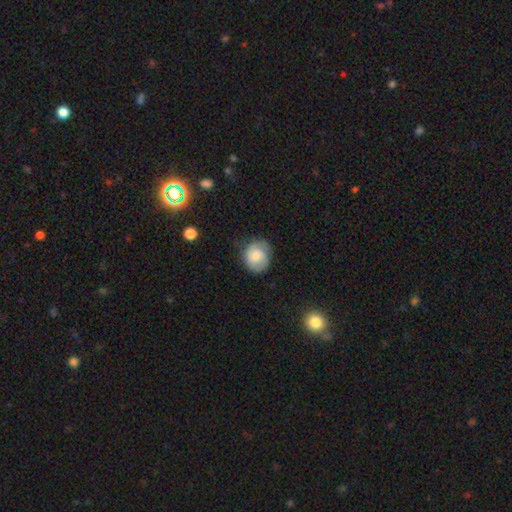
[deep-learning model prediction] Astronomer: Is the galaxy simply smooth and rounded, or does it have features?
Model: smooth — 70%.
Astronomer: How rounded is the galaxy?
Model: round — 70%.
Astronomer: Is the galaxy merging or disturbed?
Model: none — 67%.